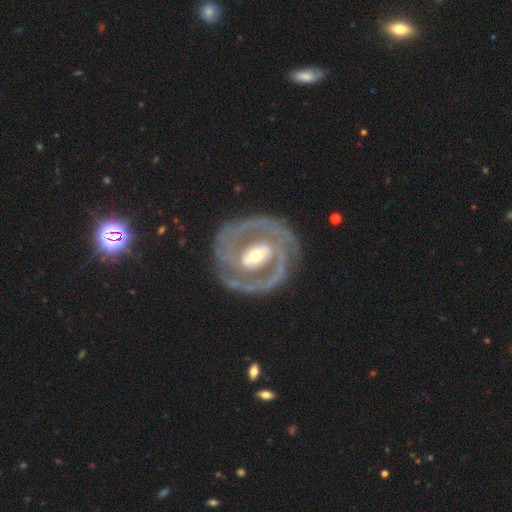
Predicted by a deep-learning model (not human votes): A featured or disk galaxy (89%) with a strong bar (47%), 2 (77%) tight (63%) spiral arms (90%) and a moderate central bulge (60%).

Vote fractions:
- Smooth or featured? featured or disk: 89% / smooth: 7% / star or artifact: 5%
- Edge-on disk? no: 96% / yes: 4%
- Bar? strong: 47% / weak: 34% / no: 19%
- Spiral arms? yes: 90% / no: 10%
- Spiral winding? tight: 63% / medium: 31% / loose: 6%
- Spiral arm count? 2: 77% / can't tell: 8% / 3: 6% / 1: 5% / 4: 2% / more than 4: 2%
- Bulge size? moderate: 60% / small: 31% / large: 7% / dominant: 1% / none: 1%
- Merging? none: 78% / minor disturbance: 14% / major disturbance: 6% / merger: 2%